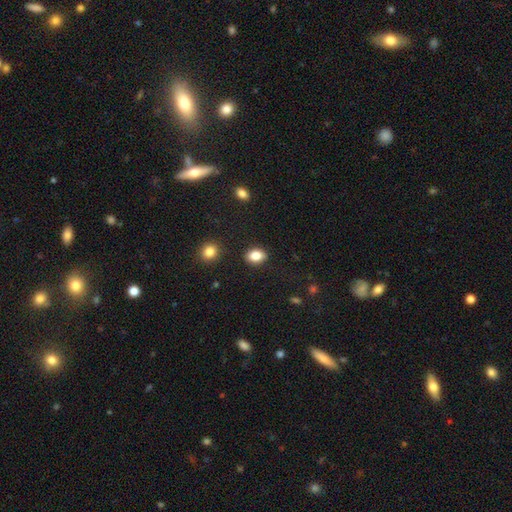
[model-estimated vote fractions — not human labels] Smooth or featured: smooth — 84% (star or artifact — 9%)
How rounded: in between — 69% (round — 29%)
Merging: none — 88% (minor disturbance — 8%)